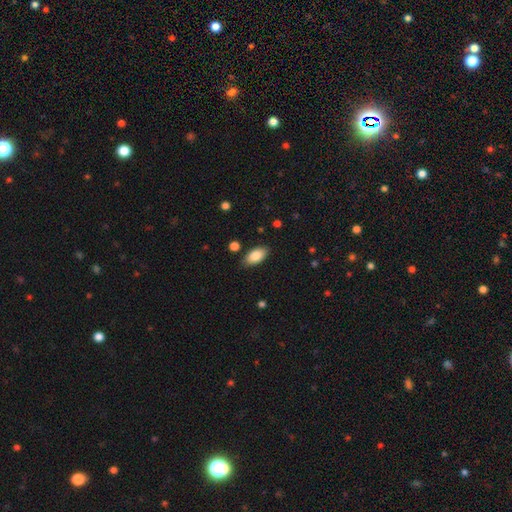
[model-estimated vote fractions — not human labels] smooth 85%, featured or disk 9%, star or artifact 7%. Down the decision tree: how rounded — in between (93%); merging — none (85%).